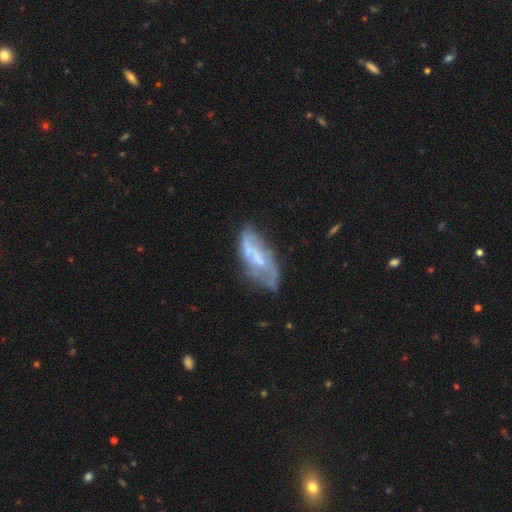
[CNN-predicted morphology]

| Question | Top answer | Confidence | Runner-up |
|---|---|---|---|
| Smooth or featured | featured or disk | 63% | smooth (29%) |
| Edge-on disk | no | 88% | yes (12%) |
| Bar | no | 48% | weak (39%) |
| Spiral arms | yes | 58% | no (42%) |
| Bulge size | small | 48% | moderate (30%) |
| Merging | none | 55% | minor disturbance (26%) |